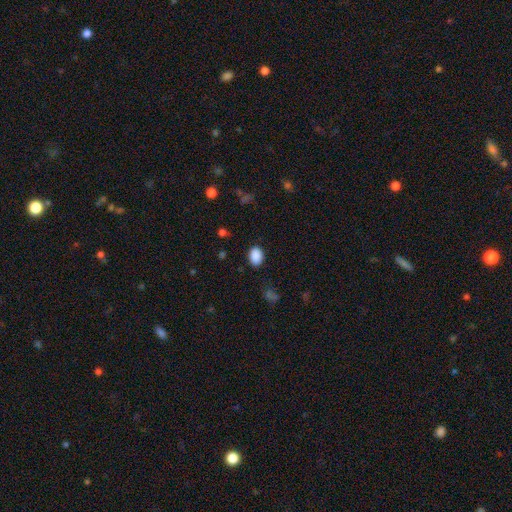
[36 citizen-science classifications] smooth_or_featured: smooth (p=0.94) [alt: star or artifact p=0.06]
how_rounded: in between (p=0.82) [alt: round p=0.18]
merging: none (p=0.94) [alt: major disturbance p=0.03]